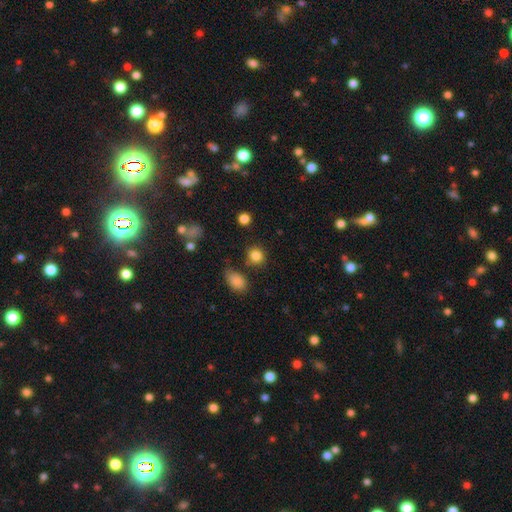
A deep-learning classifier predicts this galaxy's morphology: Smooth or featured?
  - smooth: 85% *
  - star or artifact: 11%
  - featured or disk: 5%
How rounded?
  - round: 84% *
  - in between: 15%
  - cigar-shaped: 1%
Merging?
  - none: 80% *
  - minor disturbance: 11%
  - merger: 5%
  - major disturbance: 4%